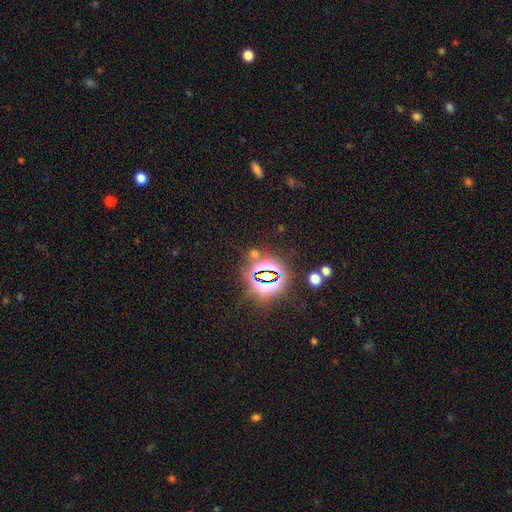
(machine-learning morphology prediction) star or artifact 79%, smooth 13%, featured or disk 8%.